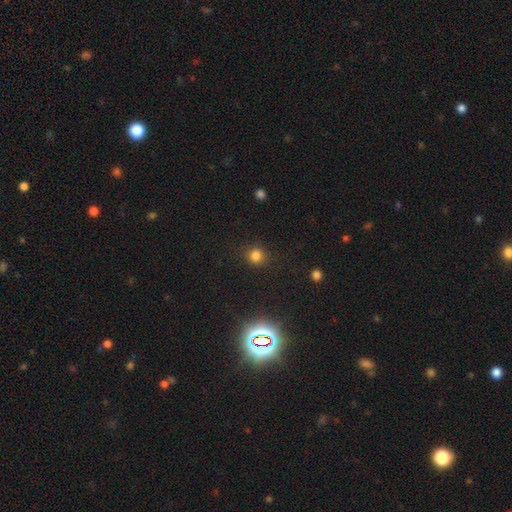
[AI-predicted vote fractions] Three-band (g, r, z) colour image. It shows a smooth galaxy with no disk features (78%) that is round (88%). Merging: none (85%).